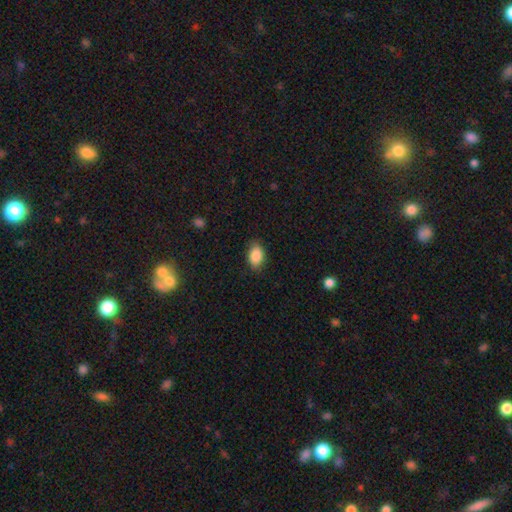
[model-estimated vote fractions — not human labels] Morphology: type=smooth (88%); roundness=in between (89%); merging=none (83%).